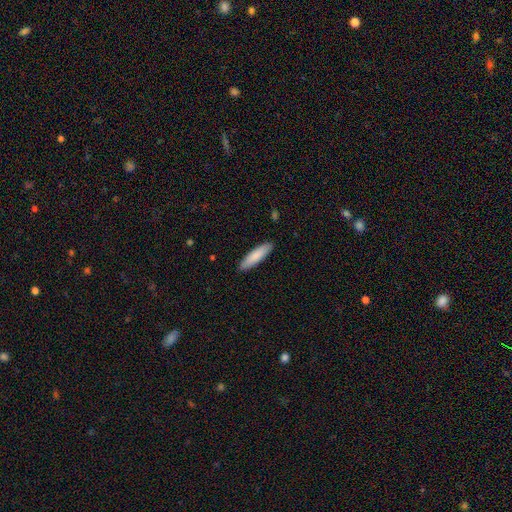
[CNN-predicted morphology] smooth_or_featured: smooth (p=0.85) [alt: featured or disk p=0.10]
how_rounded: cigar-shaped (p=0.70) [alt: in between p=0.29]
merging: none (p=0.91) [alt: minor disturbance p=0.07]